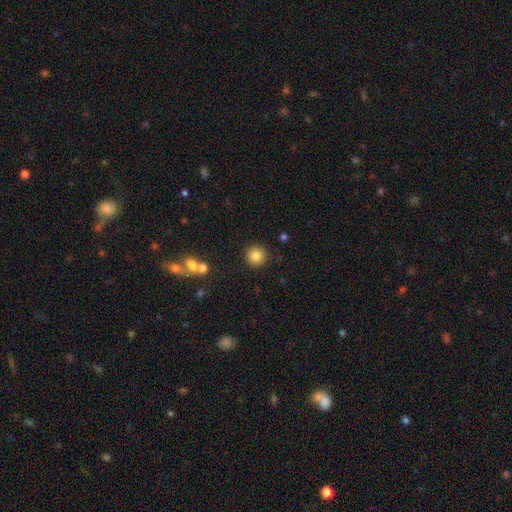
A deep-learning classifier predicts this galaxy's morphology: Q: Smooth or featured?
A: smooth (83%); runner-up: star or artifact (10%)
Q: How rounded?
A: round (94%); runner-up: in between (5%)
Q: Merging?
A: none (89%); runner-up: minor disturbance (6%)